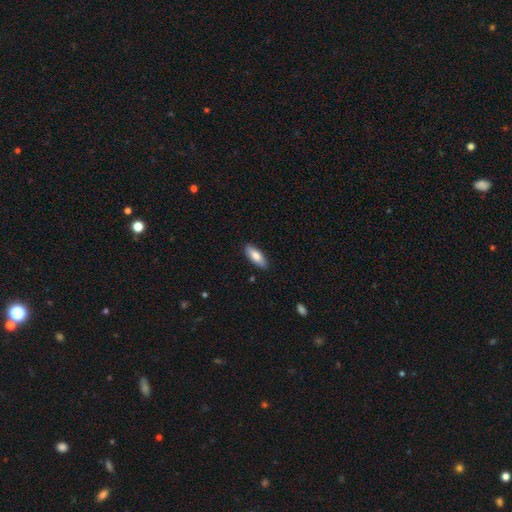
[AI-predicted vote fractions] smooth 78%, featured or disk 16%, star or artifact 6%. Down the decision tree: how rounded — in between (71%); merging — none (88%).